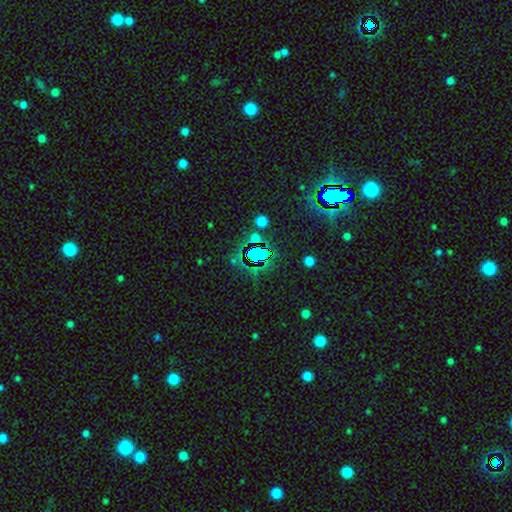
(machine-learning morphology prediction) This is likely a star or artifact rather than a galaxy (66%).